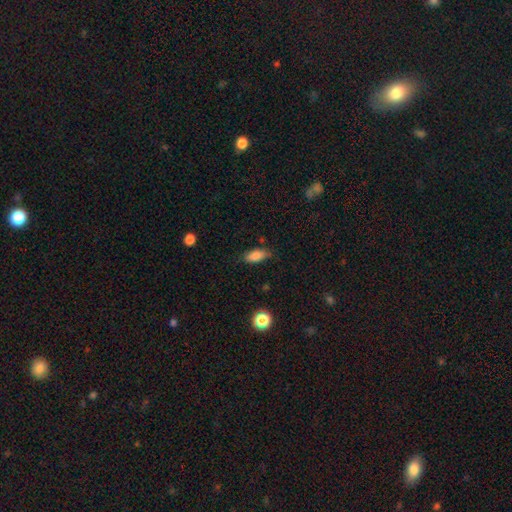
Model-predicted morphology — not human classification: Smooth or featured? Predicted: smooth (p=0.83). How rounded? Predicted: in between (p=0.83). Merging? Predicted: none (p=0.77).